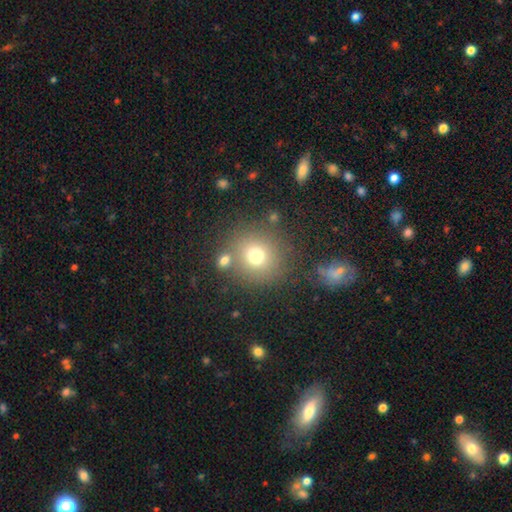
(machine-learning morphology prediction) Overall: smooth (73%). How rounded: round (90%). Merging: none (76%).